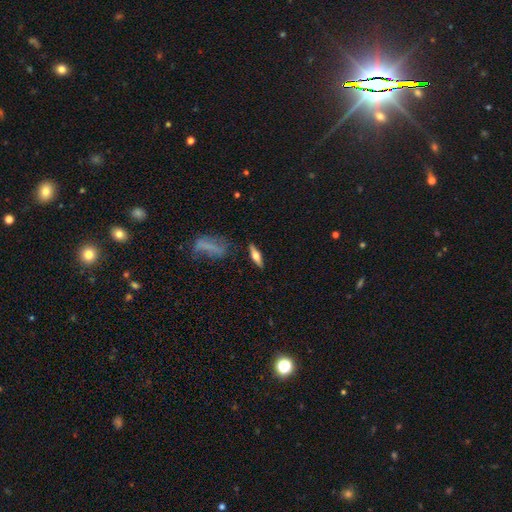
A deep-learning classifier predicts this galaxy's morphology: Smooth or featured?
  - featured or disk: 47% *
  - smooth: 46%
  - star or artifact: 7%
Merging?
  - none: 84% *
  - minor disturbance: 11%
  - major disturbance: 3%
  - merger: 3%